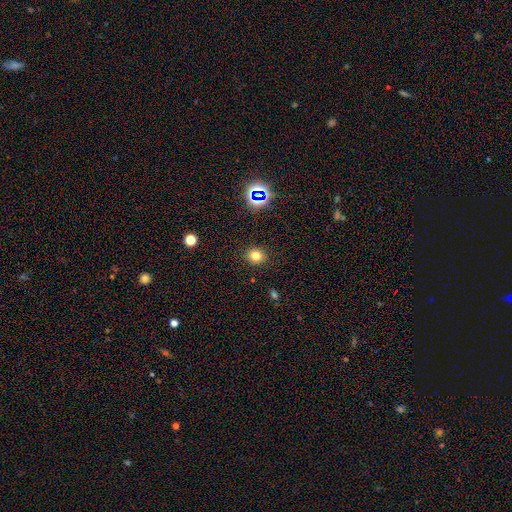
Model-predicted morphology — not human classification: This appears to be a smooth galaxy with no disk features (76%) that is round (75%). Merging: none (90%).